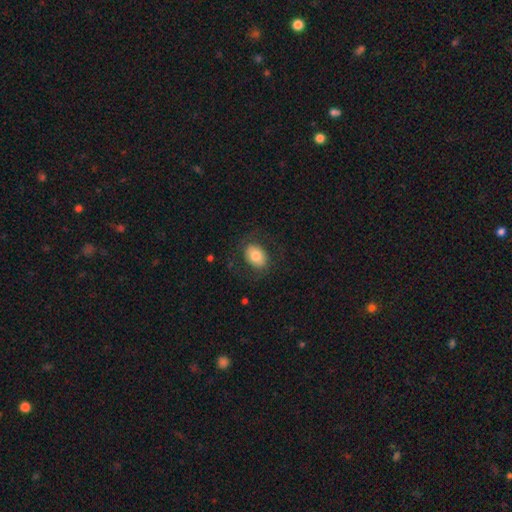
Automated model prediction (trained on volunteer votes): A smooth galaxy with no disk features (75%) that is in between round and cigar-shaped (66%). Merging: none (75%).